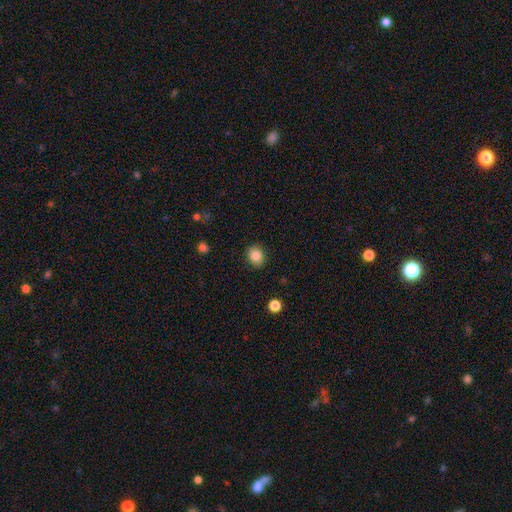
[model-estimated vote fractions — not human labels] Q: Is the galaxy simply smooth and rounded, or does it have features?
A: smooth — 85%.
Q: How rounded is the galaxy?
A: round — 65%.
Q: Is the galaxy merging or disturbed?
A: none — 88%.